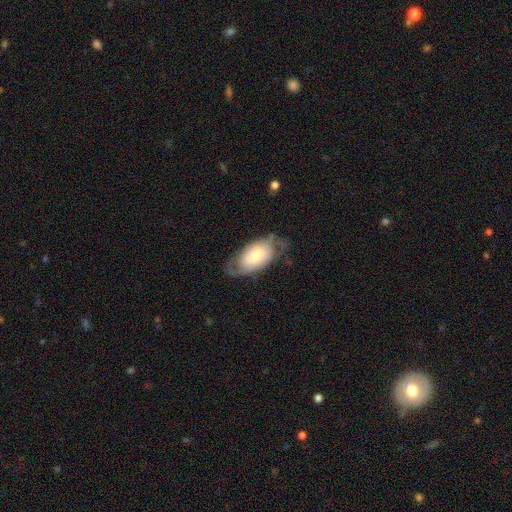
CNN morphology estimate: smooth_or_featured: featured or disk (p=0.54) [alt: smooth p=0.40]
disk_edge_on: no (p=0.92) [alt: yes p=0.08]
merging: none (p=0.55) [alt: minor disturbance p=0.27]